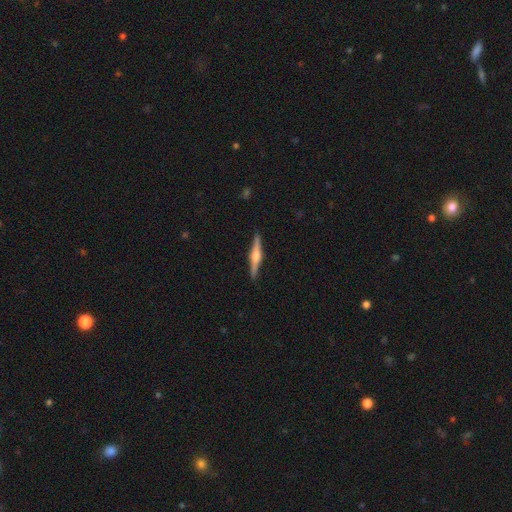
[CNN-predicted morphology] featured or disk 76%, smooth 18%, star or artifact 6%. Down the decision tree: edge-on disk — yes (98%); edge-on bulge — rounded (89%); merging — none (91%).